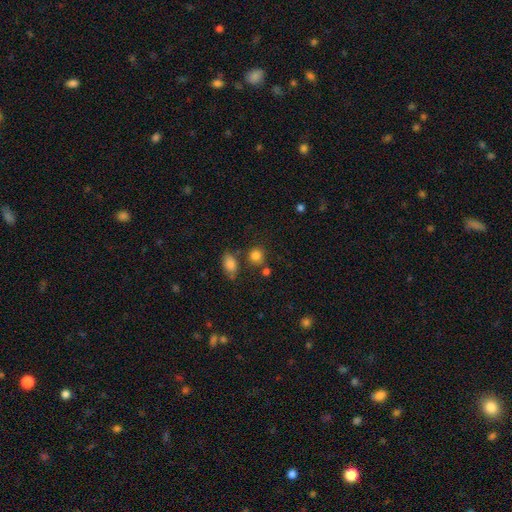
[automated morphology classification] Smooth or featured? Predicted: smooth (p=0.83). How rounded? Predicted: round (p=0.83). Merging? Predicted: none (p=0.72).